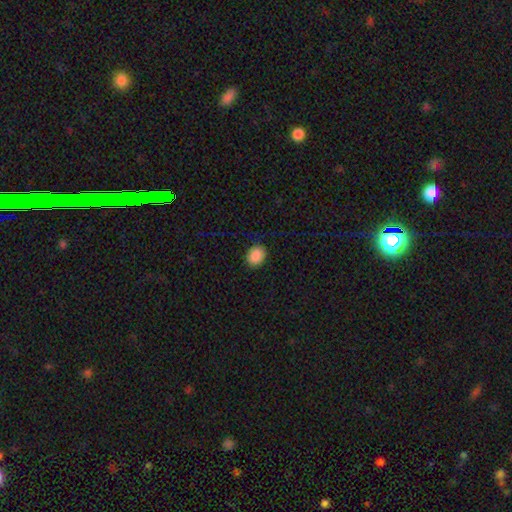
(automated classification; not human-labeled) Morphology: type=smooth (88%); roundness=in between (51%); merging=none (88%).